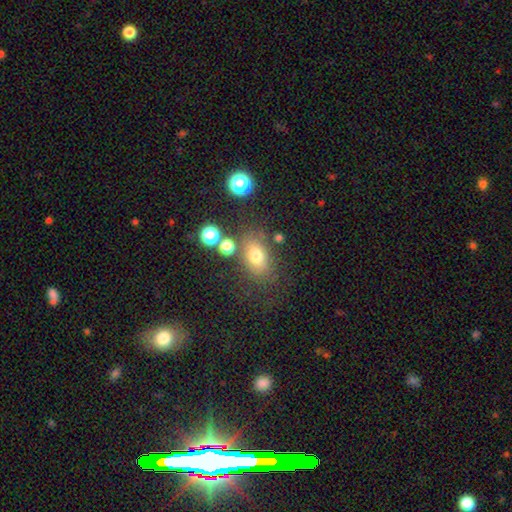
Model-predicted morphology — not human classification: The model was most divided on "merging": none: 68%, minor disturbance: 15%, merger: 9%, major disturbance: 8%. More confident: how rounded — in between (77%); smooth or featured — smooth (70%).